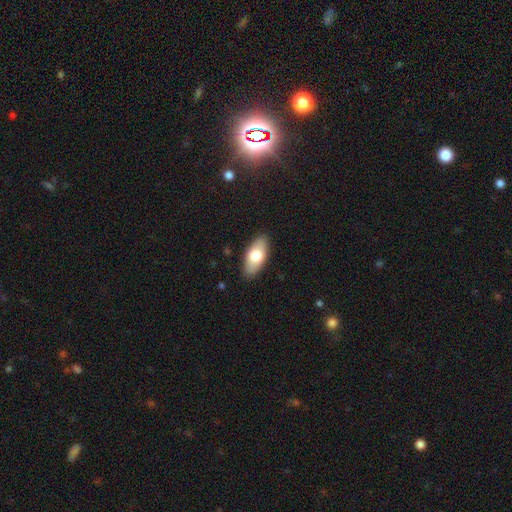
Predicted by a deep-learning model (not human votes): smooth_or_featured: smooth (p=0.72) [alt: featured or disk p=0.22]
how_rounded: in between (p=0.89) [alt: cigar-shaped p=0.08]
merging: none (p=0.88) [alt: minor disturbance p=0.09]